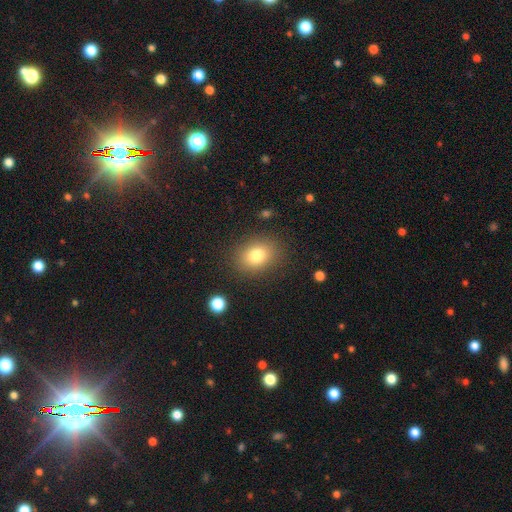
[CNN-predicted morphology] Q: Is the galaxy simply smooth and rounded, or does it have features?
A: smooth — 79%.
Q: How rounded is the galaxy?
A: in between — 57%.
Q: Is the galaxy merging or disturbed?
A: none — 85%.